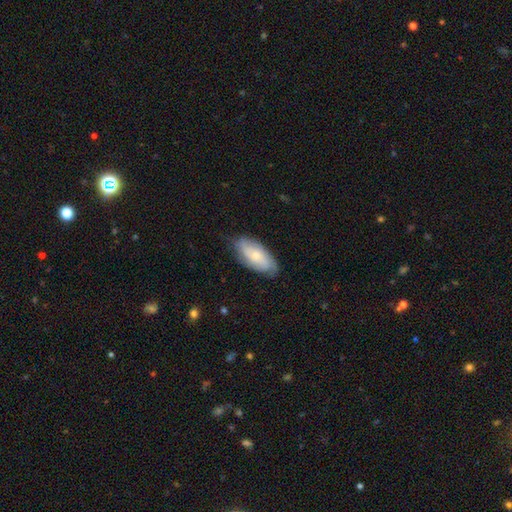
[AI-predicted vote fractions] Smooth or featured? Predicted: smooth (p=0.48). Merging? Predicted: none (p=0.75).